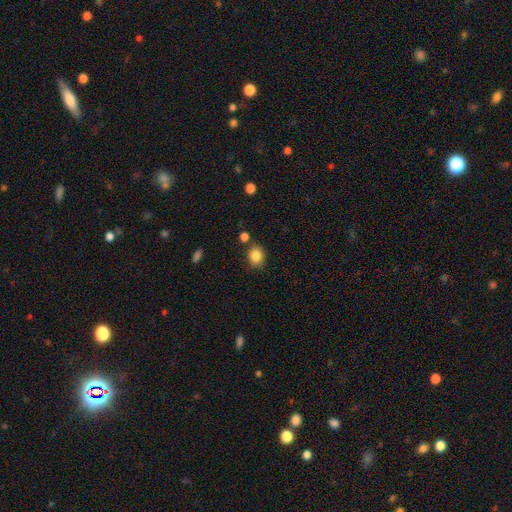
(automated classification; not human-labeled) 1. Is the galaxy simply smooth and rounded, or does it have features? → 86% smooth, 10% star or artifact, 5% featured or disk.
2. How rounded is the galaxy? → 62% round, 37% in between, 1% cigar-shaped.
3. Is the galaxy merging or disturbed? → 79% none, 11% minor disturbance, 6% merger, 3% major disturbance.